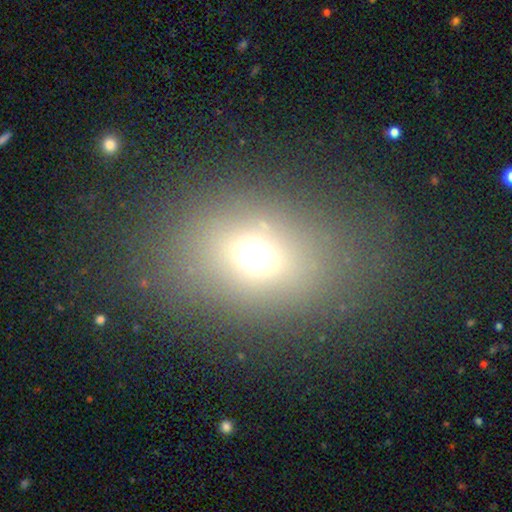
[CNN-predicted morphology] smooth 65%, star or artifact 20%, featured or disk 15%. Down the decision tree: how rounded — in between (67%); merging — none (73%).